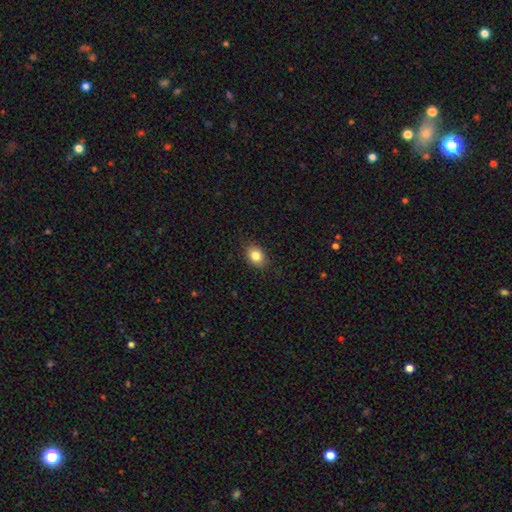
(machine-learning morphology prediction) Smooth or featured? smooth (83%)
How rounded? in between (64%)
Merging? none (85%)